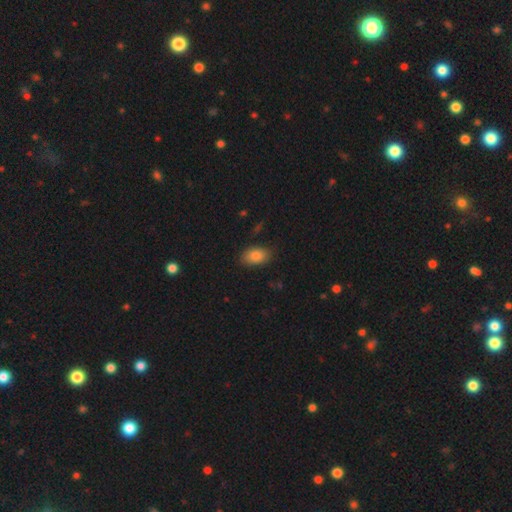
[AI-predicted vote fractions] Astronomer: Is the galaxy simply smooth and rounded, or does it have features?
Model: smooth — 85%.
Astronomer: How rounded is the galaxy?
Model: in between — 91%.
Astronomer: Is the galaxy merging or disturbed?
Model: none — 82%.